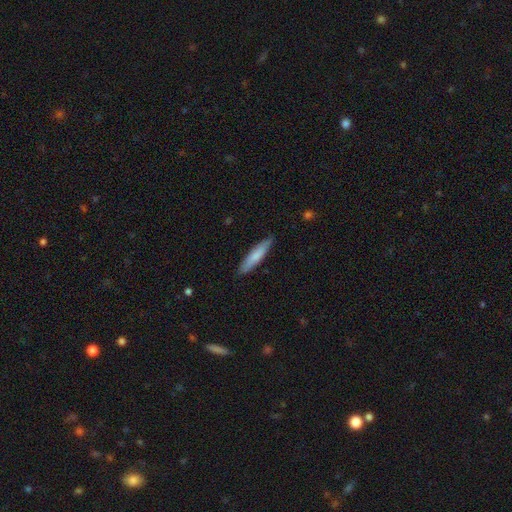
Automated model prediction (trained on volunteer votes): Smooth or featured? Predicted: smooth (p=0.76). How rounded? Predicted: cigar-shaped (p=0.84). Merging? Predicted: none (p=0.87).